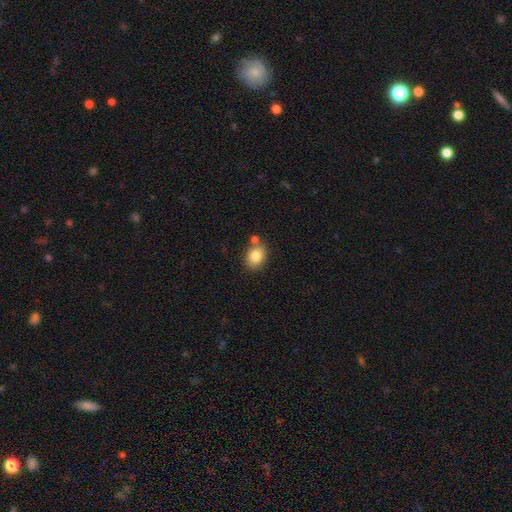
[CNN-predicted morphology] Overall: smooth (83%). How rounded: in between (58%; round 41%). Merging: none (72%).